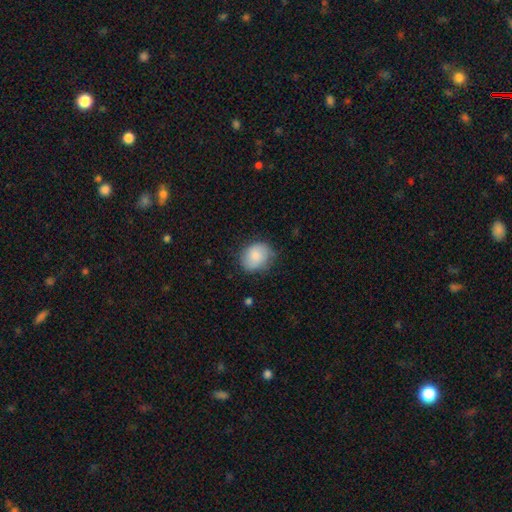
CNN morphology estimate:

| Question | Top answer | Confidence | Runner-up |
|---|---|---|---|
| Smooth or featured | smooth | 80% | featured or disk (13%) |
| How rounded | round | 54% | in between (45%) |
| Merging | none | 73% | minor disturbance (21%) |